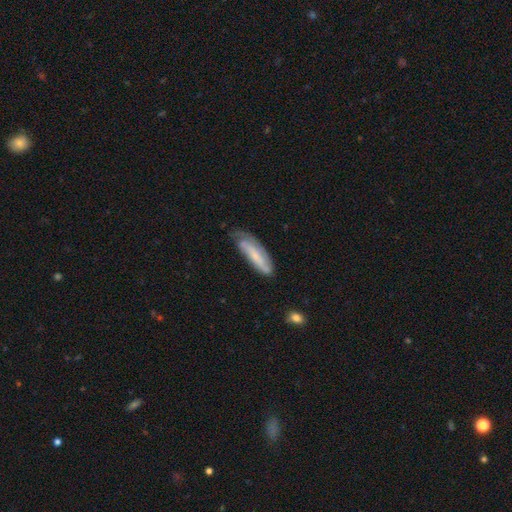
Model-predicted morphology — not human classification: This is possibly a featured or disk galaxy (54%). It is likely not viewed edge-on (75%). Merging: possibly none (52%).